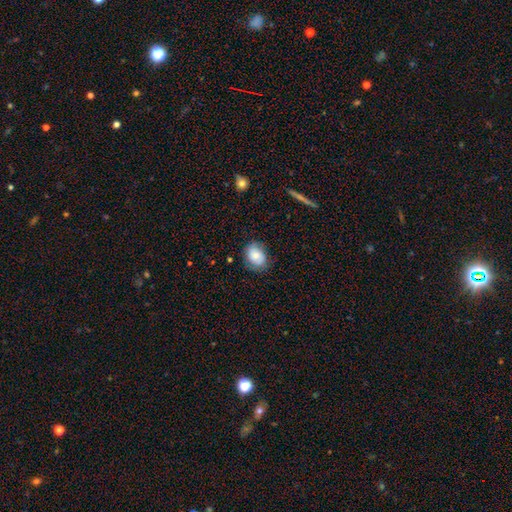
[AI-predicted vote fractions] Smooth or featured: smooth — 71% (featured or disk — 21%)
How rounded: in between — 63% (round — 36%)
Merging: none — 72% (minor disturbance — 21%)